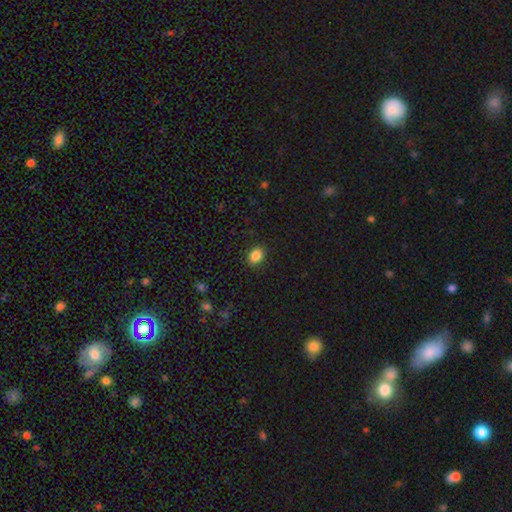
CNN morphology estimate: This appears to be a smooth galaxy with no disk features (87%) that is in between round and cigar-shaped (67%). Merging: none (90%).